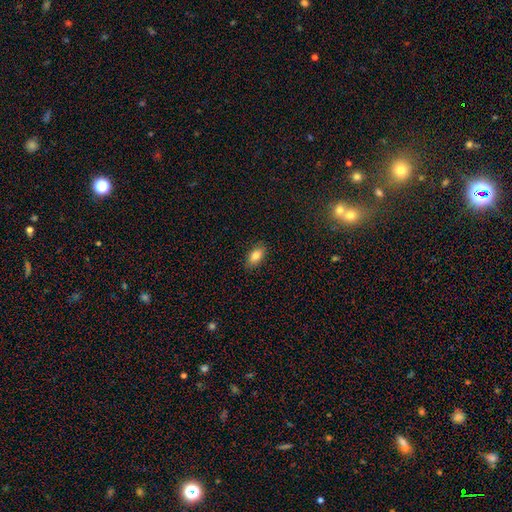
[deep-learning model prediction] smooth-or-featured: smooth: 83% | featured or disk: 9% | star or artifact: 8%
  how-rounded: in between: 90% | round: 6% | cigar-shaped: 4%
  merging: none: 88% | minor disturbance: 9% | major disturbance: 2% | merger: 1%